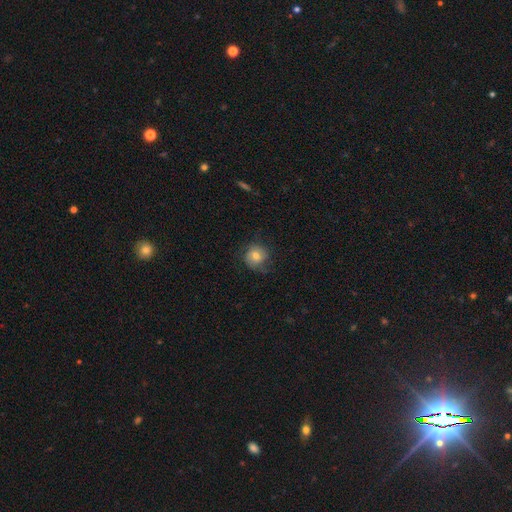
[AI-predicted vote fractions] smooth_or_featured: smooth (p=0.66) [alt: featured or disk p=0.26]
how_rounded: round (p=0.85) [alt: in between p=0.14]
merging: none (p=0.65) [alt: minor disturbance p=0.22]